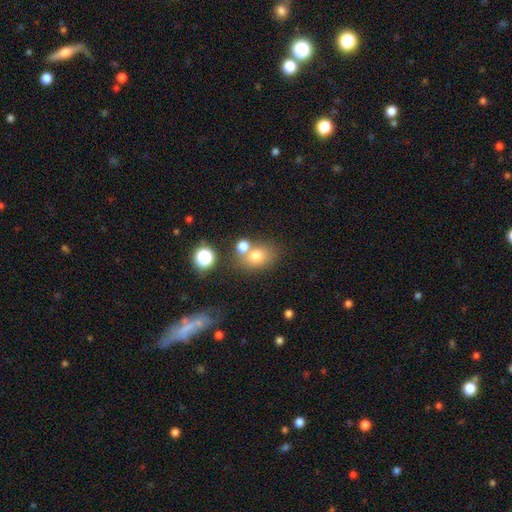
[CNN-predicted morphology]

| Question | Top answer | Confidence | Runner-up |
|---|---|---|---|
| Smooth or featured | smooth | 73% | star or artifact (15%) |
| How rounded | in between | 51% | round (48%) |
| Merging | none | 57% | merger (26%) |